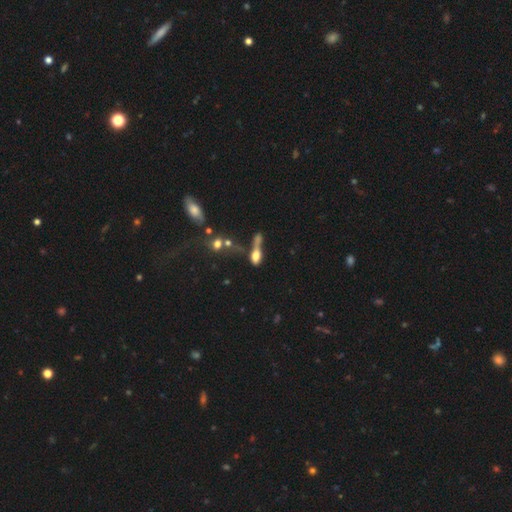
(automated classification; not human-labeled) Q: Smooth or featured?
A: smooth (59%); runner-up: featured or disk (27%)
Q: How rounded?
A: in between (66%); runner-up: cigar-shaped (21%)
Q: Merging?
A: merger (45%); runner-up: major disturbance (22%)